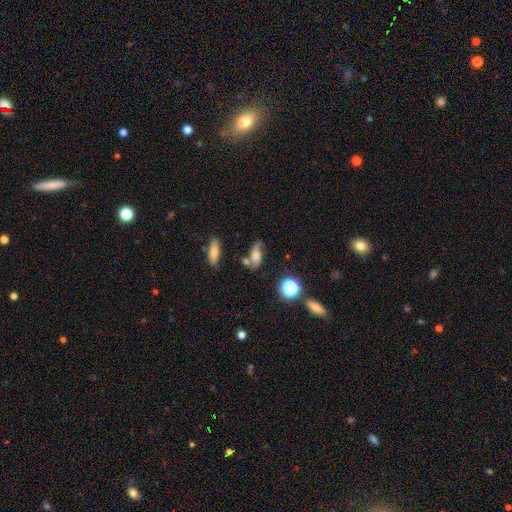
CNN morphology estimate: A featured or disk galaxy (46%). Merging: none (53%).